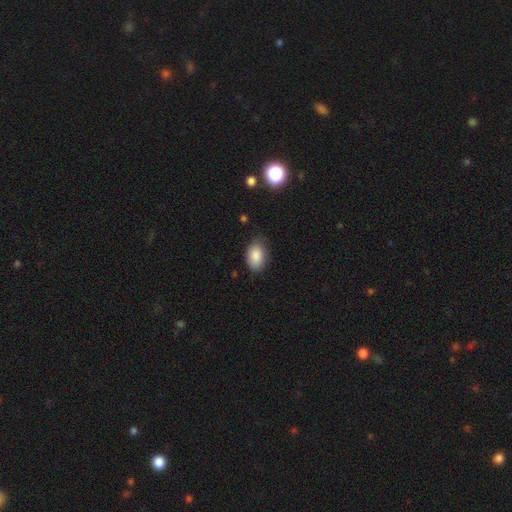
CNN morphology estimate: smooth-or-featured: smooth: 87% | star or artifact: 7% | featured or disk: 6%
  how-rounded: in between: 89% | round: 10% | cigar-shaped: 1%
  merging: none: 69% | minor disturbance: 25% | major disturbance: 4% | merger: 1%